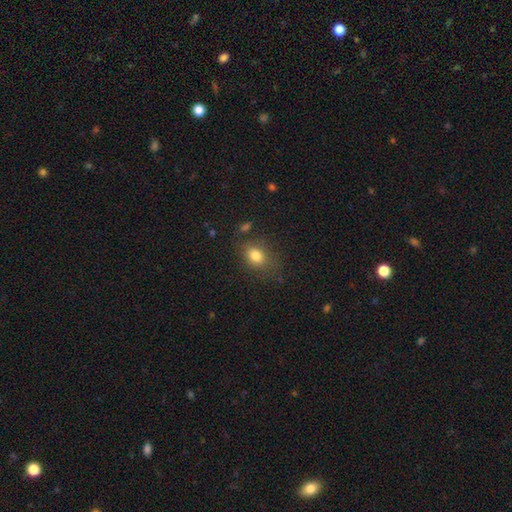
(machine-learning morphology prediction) smooth 80%, star or artifact 11%, featured or disk 9%. Down the decision tree: how rounded — in between (64%); merging — none (71%).